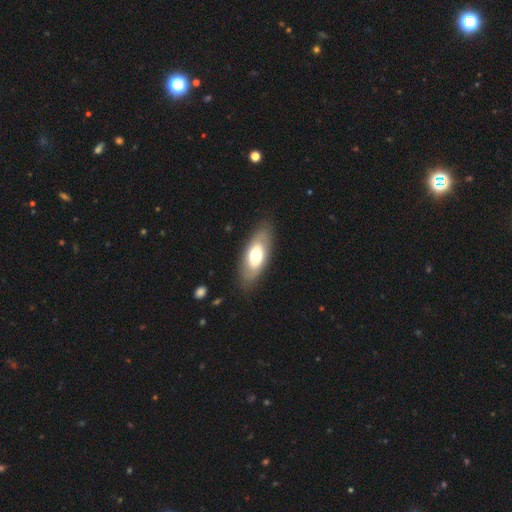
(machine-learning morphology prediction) Q: Smooth or featured?
A: smooth (56%); runner-up: featured or disk (39%)
Q: How rounded?
A: in between (85%); runner-up: cigar-shaped (12%)
Q: Merging?
A: none (84%); runner-up: minor disturbance (12%)